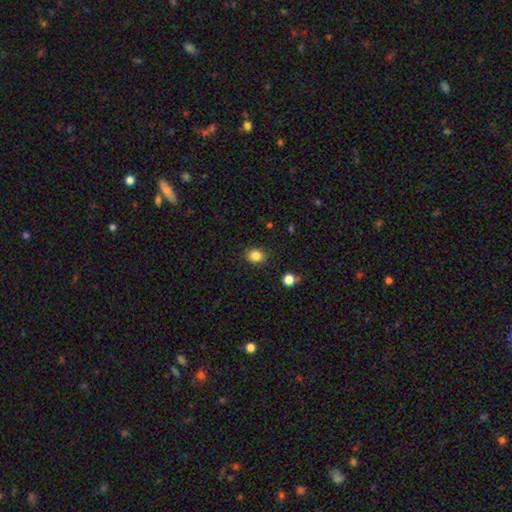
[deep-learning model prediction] smooth_or_featured: smooth (p=0.85) [alt: star or artifact p=0.10]
how_rounded: round (p=0.53) [alt: in between p=0.46]
merging: none (p=0.87) [alt: minor disturbance p=0.09]